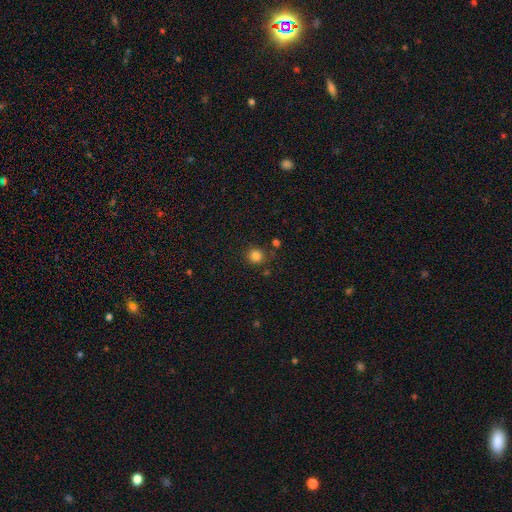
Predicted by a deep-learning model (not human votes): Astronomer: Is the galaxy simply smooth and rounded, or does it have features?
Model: smooth — 84%.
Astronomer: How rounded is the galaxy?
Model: round — 90%.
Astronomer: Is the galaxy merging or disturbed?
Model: none — 80%.